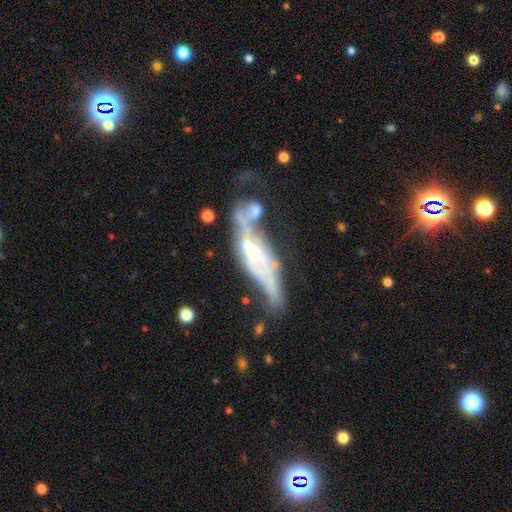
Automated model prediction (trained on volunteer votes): A featured or disk galaxy (70%) viewed edge-on (51%).

Vote fractions:
- Smooth or featured? featured or disk: 70% / smooth: 19% / star or artifact: 10%
- Edge-on disk? yes: 51% / no: 49%
- Merging? major disturbance: 30% / merger: 26% / none: 26% / minor disturbance: 18%